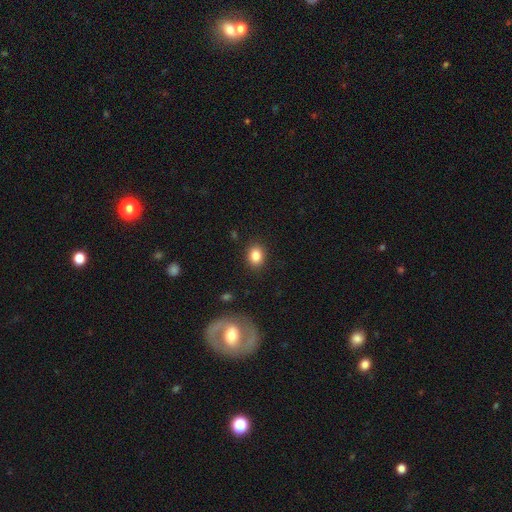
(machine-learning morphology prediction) Q: Smooth or featured?
A: smooth (84%); runner-up: star or artifact (10%)
Q: How rounded?
A: in between (50%); runner-up: round (49%)
Q: Merging?
A: none (88%); runner-up: minor disturbance (8%)